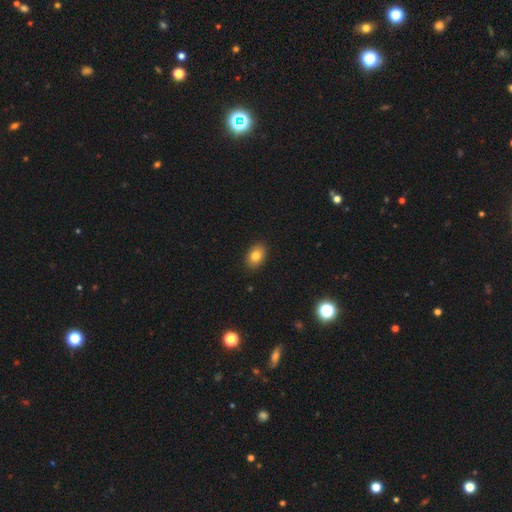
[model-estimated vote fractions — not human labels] Smooth or featured? Predicted: smooth (p=0.82). How rounded? Predicted: in between (p=0.81). Merging? Predicted: none (p=0.89).